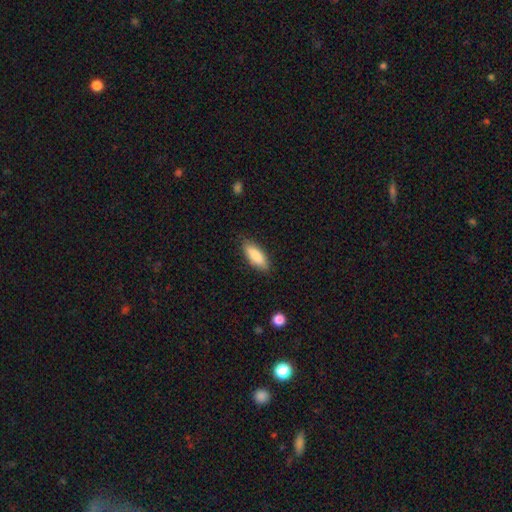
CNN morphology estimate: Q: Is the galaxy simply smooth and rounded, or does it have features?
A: smooth — 84%.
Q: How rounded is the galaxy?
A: in between — 66%.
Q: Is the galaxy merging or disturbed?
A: none — 85%.